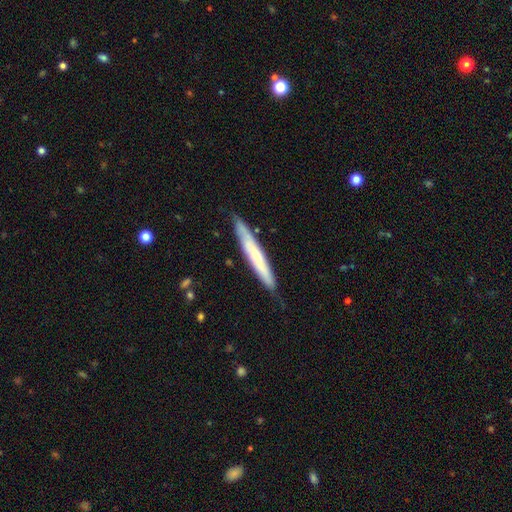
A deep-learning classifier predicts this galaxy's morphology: A featured or disk galaxy (52%) viewed edge-on (92%). Merging: none (86%).